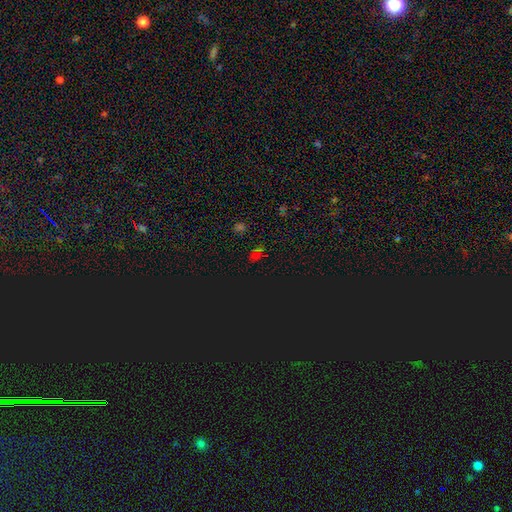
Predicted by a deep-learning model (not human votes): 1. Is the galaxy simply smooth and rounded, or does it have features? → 70% star or artifact, 23% smooth, 7% featured or disk.